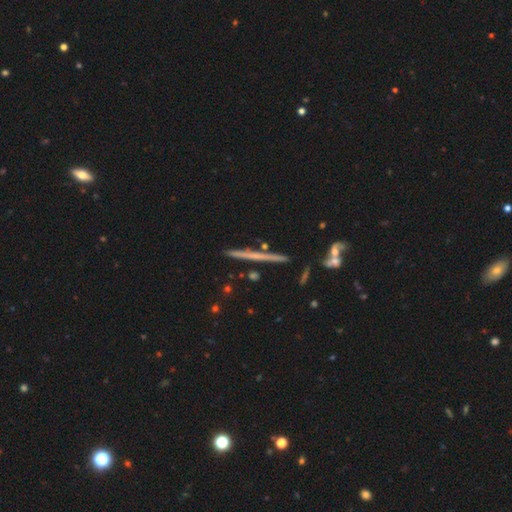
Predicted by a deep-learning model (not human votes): Overall: featured or disk (60%; smooth 33%). Edge-on disk: yes (97%). Edge-on bulge: none (80%). Merging: none (87%).